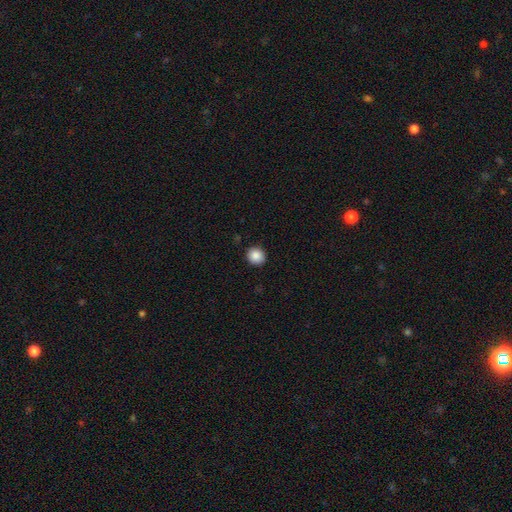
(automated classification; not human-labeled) smooth_or_featured: smooth (p=0.88) [alt: star or artifact p=0.09]
how_rounded: round (p=0.87) [alt: in between p=0.12]
merging: none (p=0.92) [alt: minor disturbance p=0.06]